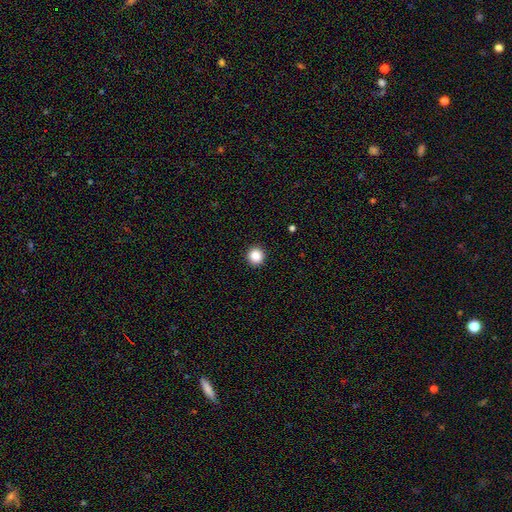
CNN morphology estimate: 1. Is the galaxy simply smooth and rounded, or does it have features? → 87% smooth, 10% star or artifact, 3% featured or disk.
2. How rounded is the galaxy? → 94% round, 5% in between, 1% cigar-shaped.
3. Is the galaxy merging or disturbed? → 93% none, 4% minor disturbance, 2% major disturbance, 1% merger.